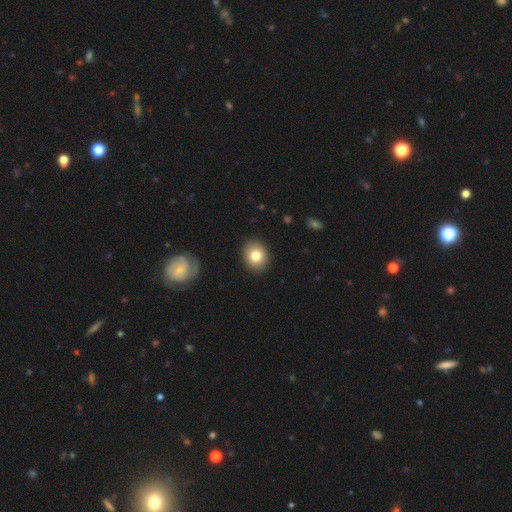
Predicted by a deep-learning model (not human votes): smooth_or_featured: smooth (p=0.81) [alt: featured or disk p=0.11]
how_rounded: round (p=0.64) [alt: in between p=0.35]
merging: none (p=0.89) [alt: minor disturbance p=0.07]